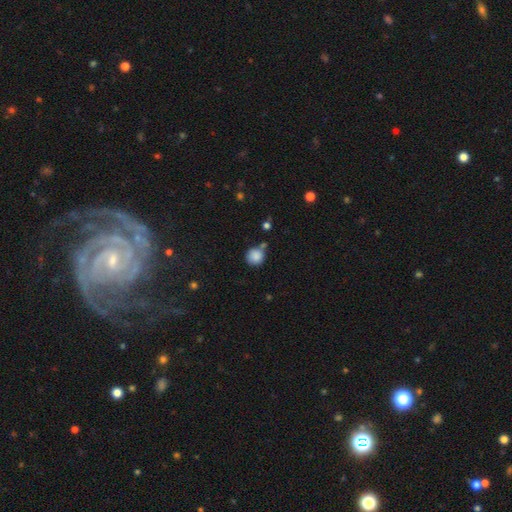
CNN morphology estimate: The model was most divided on "merging": none: 66%, minor disturbance: 16%, merger: 13%, major disturbance: 5%. More confident: how rounded — round (92%); smooth or featured — smooth (86%).